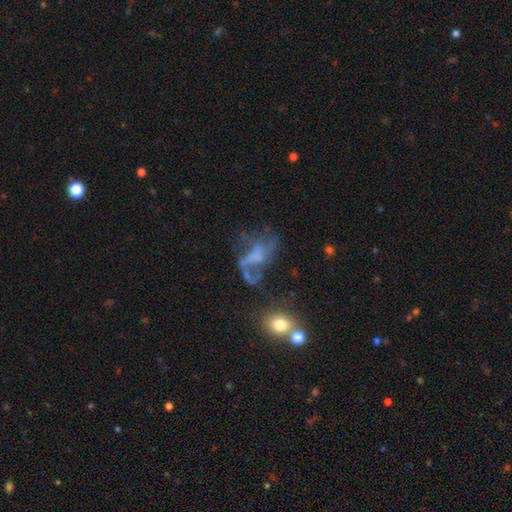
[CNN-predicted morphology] smooth_or_featured: featured or disk (p=0.55) [alt: smooth p=0.28]
disk_edge_on: no (p=0.95) [alt: yes p=0.05]
bar: no (p=0.69) [alt: weak p=0.21]
has_spiral_arms: no (p=0.57) [alt: yes p=0.43]
bulge_size: none (p=0.63) [alt: small p=0.14]
merging: major disturbance (p=0.42) [alt: none p=0.28]